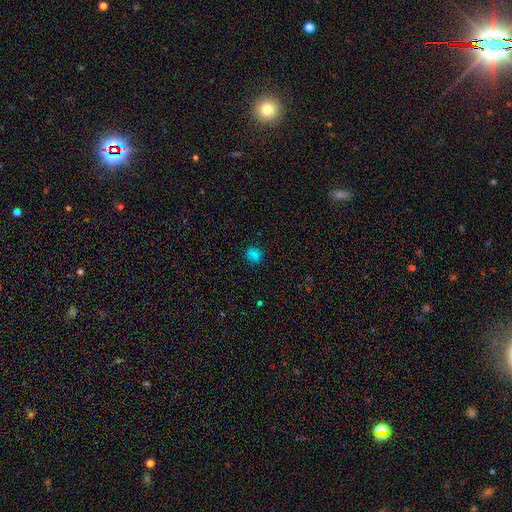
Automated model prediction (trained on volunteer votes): Morphology: type=smooth (80%); roundness=round (63%); merging=none (86%).